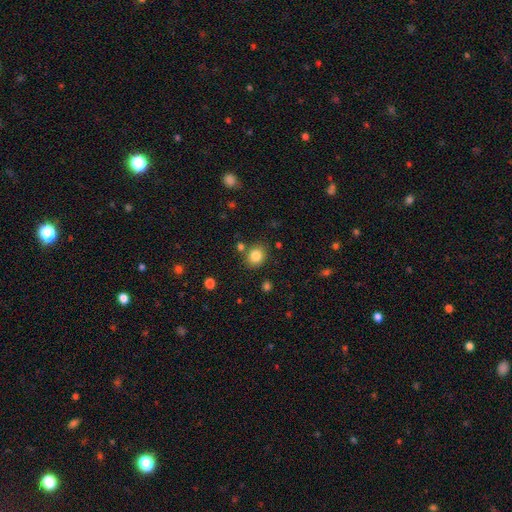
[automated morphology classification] smooth-or-featured: smooth: 83% | star or artifact: 11% | featured or disk: 6%
  how-rounded: round: 68% | in between: 31% | cigar-shaped: 1%
  merging: none: 78% | minor disturbance: 11% | merger: 7% | major disturbance: 3%